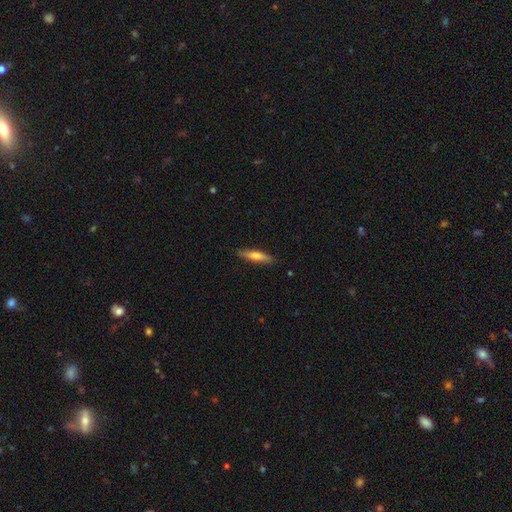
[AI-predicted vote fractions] A smooth galaxy with no disk features (62%) that is cigar-shaped (84%).

Vote fractions:
- Smooth or featured? smooth: 62% / featured or disk: 32% / star or artifact: 6%
- How rounded? cigar-shaped: 84% / in between: 15% / round: 2%
- Merging? none: 87% / minor disturbance: 10% / major disturbance: 2% / merger: 1%